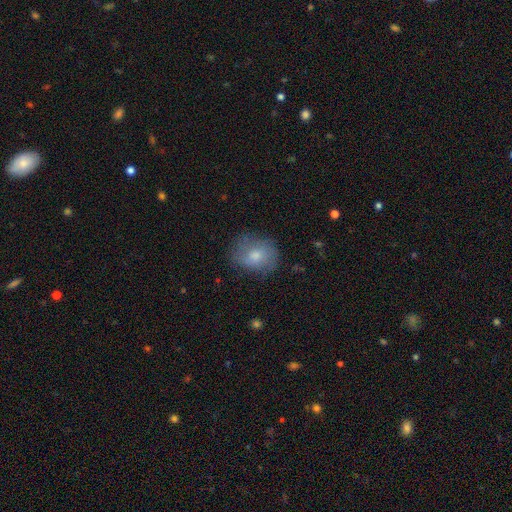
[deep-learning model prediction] The model was most divided on "how rounded": round: 57%, in between: 42%, cigar-shaped: 1%. More confident: merging — none (68%); smooth or featured — smooth (67%).